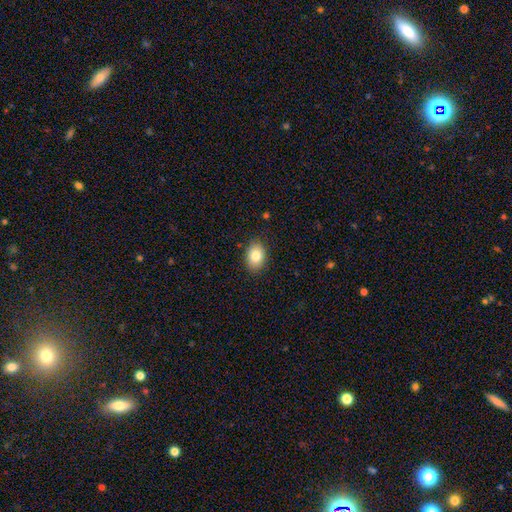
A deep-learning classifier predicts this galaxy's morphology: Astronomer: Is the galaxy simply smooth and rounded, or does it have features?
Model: smooth — 84%.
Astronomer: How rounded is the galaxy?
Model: in between — 76%.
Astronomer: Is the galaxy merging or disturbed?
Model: none — 86%.